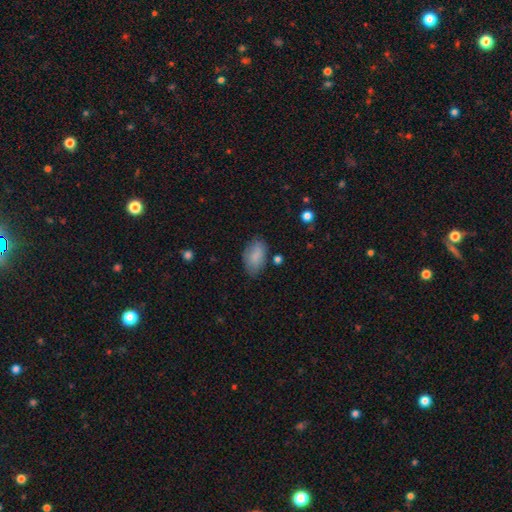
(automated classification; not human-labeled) This appears to be a smooth galaxy with no disk features (84%) that is in between round and cigar-shaped (93%). Merging: none (73%).